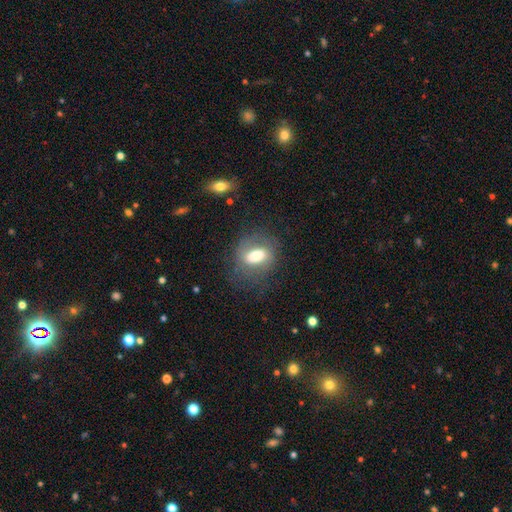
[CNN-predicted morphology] A smooth galaxy with no disk features (64%) that is in between round and cigar-shaped (70%). Merging: none (61%).